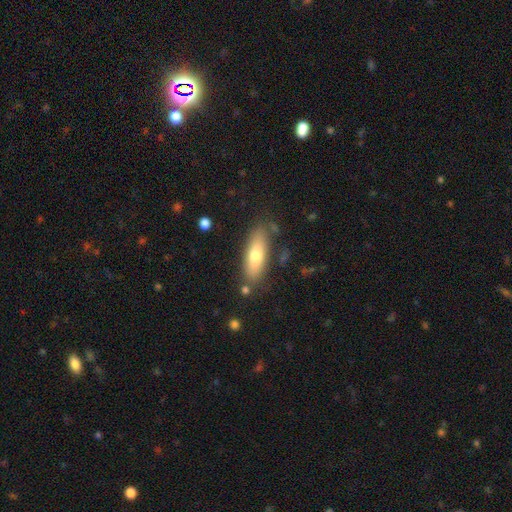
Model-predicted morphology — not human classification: A smooth galaxy with no disk features (69%) that is in between round and cigar-shaped (58%).

Vote fractions:
- Smooth or featured? smooth: 69% / featured or disk: 25% / star or artifact: 6%
- How rounded? in between: 58% / cigar-shaped: 40% / round: 2%
- Merging? none: 78% / minor disturbance: 14% / merger: 4% / major disturbance: 4%